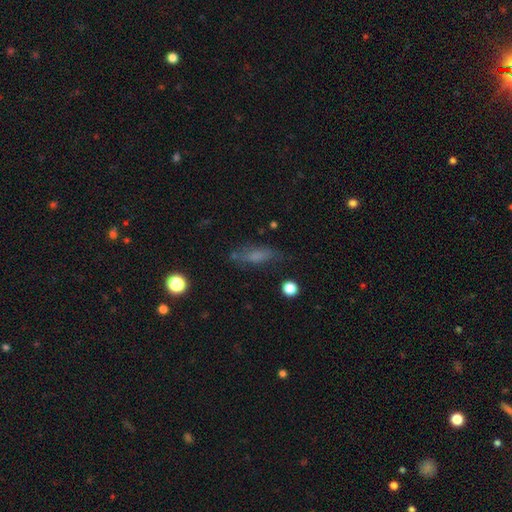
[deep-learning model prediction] The model was most divided on "how rounded": in between: 55%, cigar-shaped: 39%, round: 6%. More confident: merging — none (65%); smooth or featured — smooth (57%).